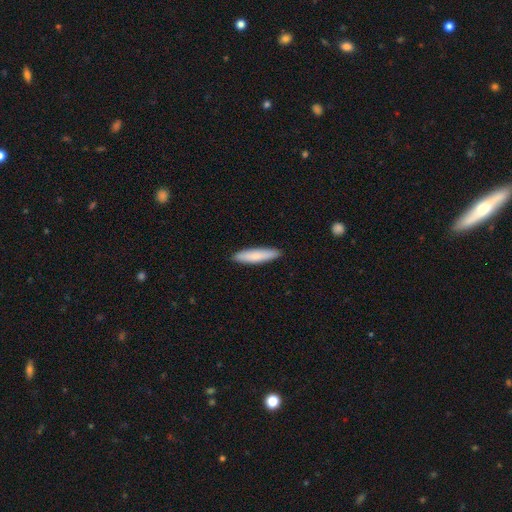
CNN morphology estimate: Smooth or featured: smooth — 82% (featured or disk — 12%)
How rounded: cigar-shaped — 84% (in between — 15%)
Merging: none — 91% (minor disturbance — 7%)